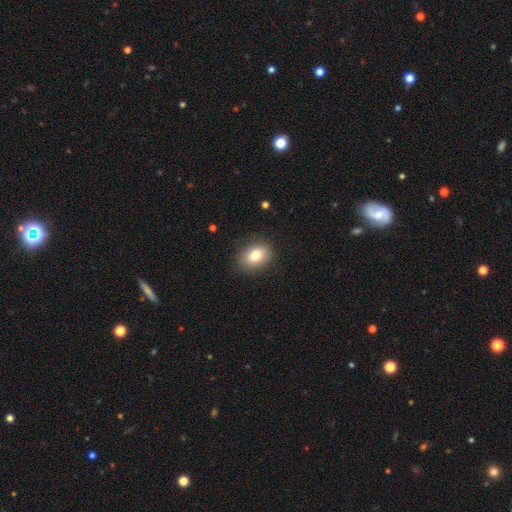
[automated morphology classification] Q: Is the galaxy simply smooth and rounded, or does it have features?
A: smooth — 80%.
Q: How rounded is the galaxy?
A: in between — 65%.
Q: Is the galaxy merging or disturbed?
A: none — 86%.